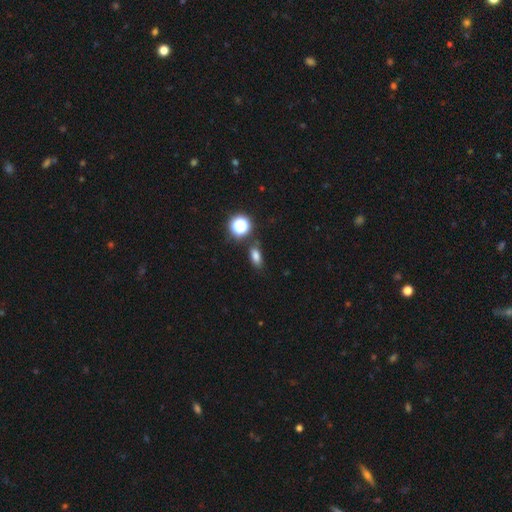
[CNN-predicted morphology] A smooth galaxy with no disk features (75%) that is in between round and cigar-shaped (77%).

Vote fractions:
- Smooth or featured? smooth: 75% / star or artifact: 18% / featured or disk: 7%
- How rounded? in between: 77% / round: 16% / cigar-shaped: 7%
- Merging? none: 76% / minor disturbance: 14% / merger: 6% / major disturbance: 4%